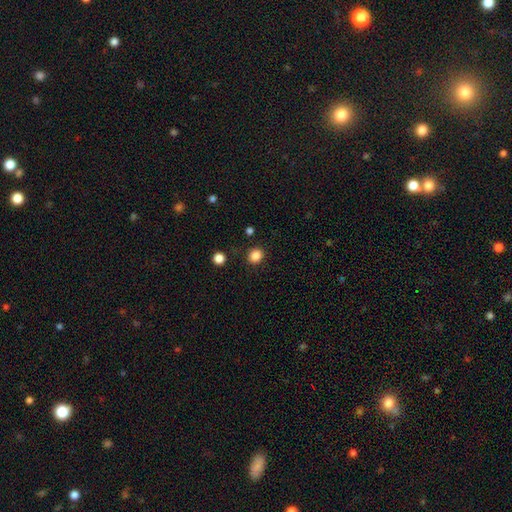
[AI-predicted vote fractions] Overall: smooth (86%). How rounded: round (76%). Merging: none (88%).